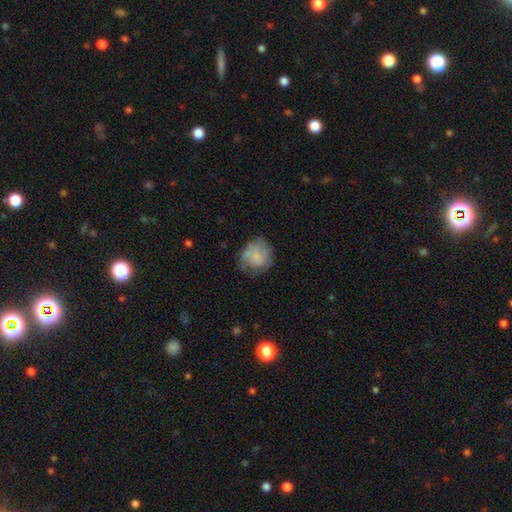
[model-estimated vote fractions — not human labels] Morphology: type=smooth (63%); roundness=round (73%); merging=none (56%).